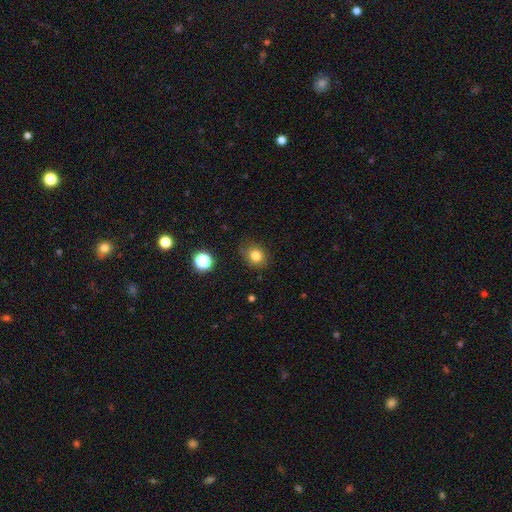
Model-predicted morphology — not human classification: Overall: smooth (81%). How rounded: round (69%; in between 30%). Merging: none (81%).